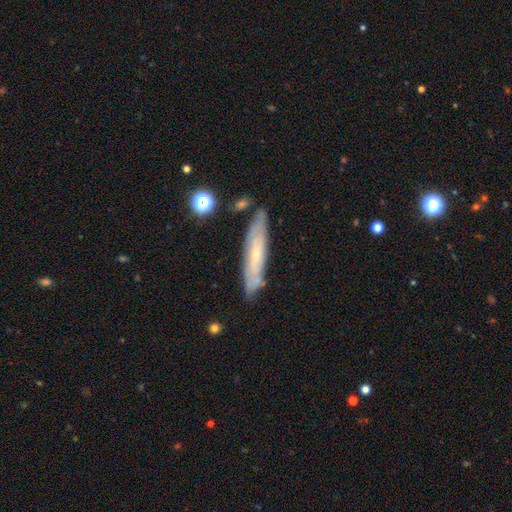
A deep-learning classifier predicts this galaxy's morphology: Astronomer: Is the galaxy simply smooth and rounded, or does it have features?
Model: featured or disk — 57% (runner-up: smooth, 35%).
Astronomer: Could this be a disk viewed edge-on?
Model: yes — 54% (runner-up: no, 46%).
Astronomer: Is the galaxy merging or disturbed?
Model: none — 78%.